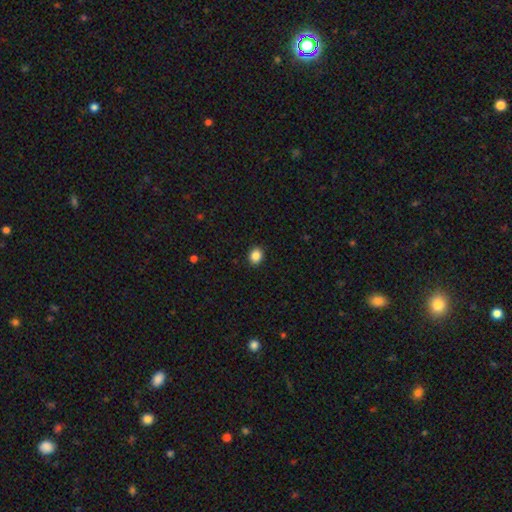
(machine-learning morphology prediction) type=smooth (87%); roundness=round (62%); merging=none (92%).